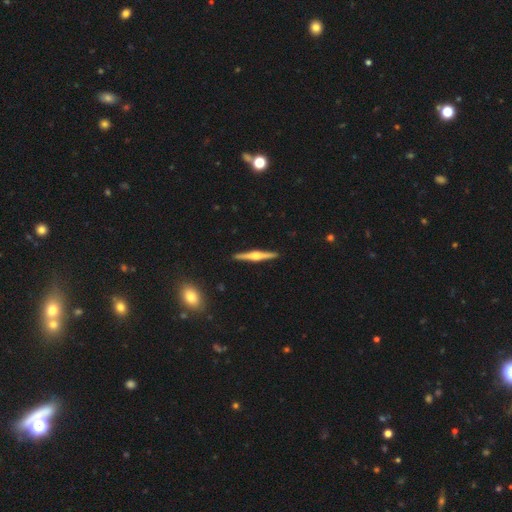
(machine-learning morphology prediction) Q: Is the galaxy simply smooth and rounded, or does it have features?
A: featured or disk — 78%.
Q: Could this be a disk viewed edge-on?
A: yes — 98%.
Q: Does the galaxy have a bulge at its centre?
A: rounded — 91%.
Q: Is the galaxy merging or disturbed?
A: none — 92%.